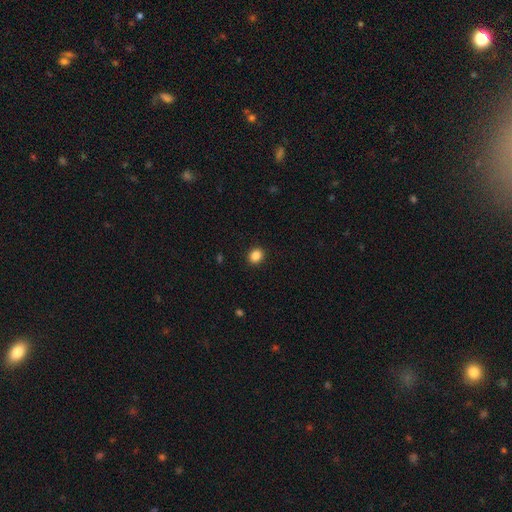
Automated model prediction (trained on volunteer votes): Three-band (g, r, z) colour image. It shows a smooth galaxy with no disk features (86%) that is round (72%). Merging: none (92%).